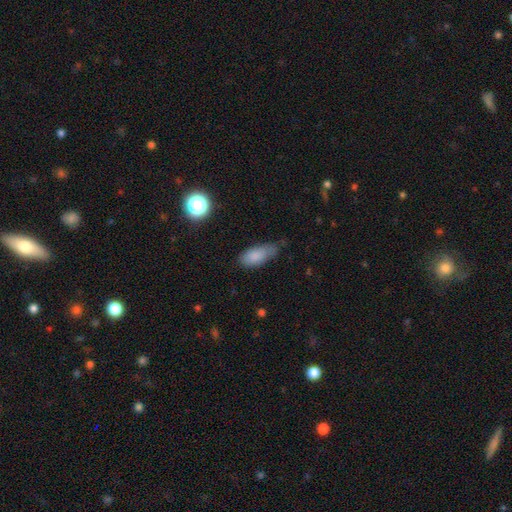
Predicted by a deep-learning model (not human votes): This appears to be a smooth galaxy with no disk features (84%) that is in between round and cigar-shaped (84%). Merging: none (48%).